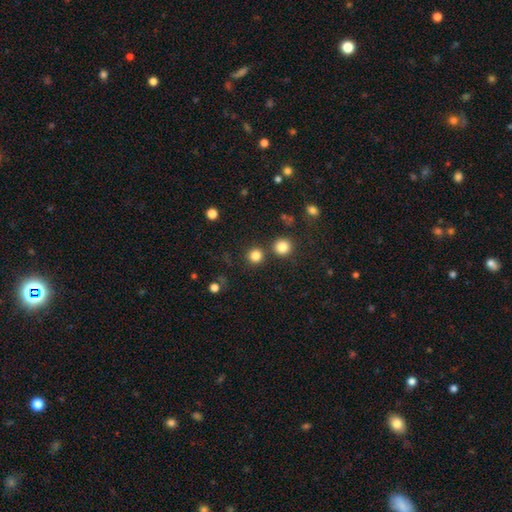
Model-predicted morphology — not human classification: Overall: smooth (82%). How rounded: round (93%). Merging: none (82%).